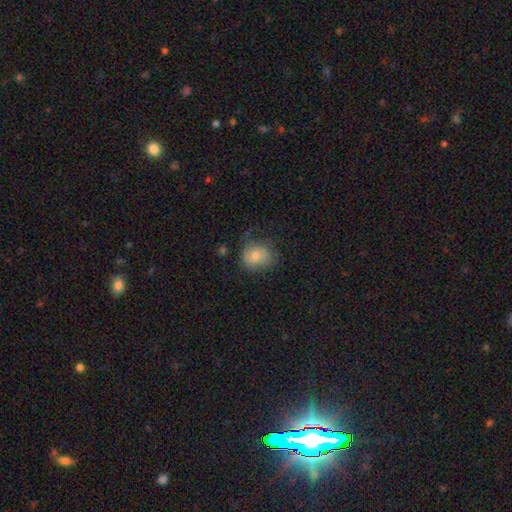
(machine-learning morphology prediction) smooth-or-featured: smooth: 63% | featured or disk: 28% | star or artifact: 9%
  how-rounded: round: 69% | in between: 30% | cigar-shaped: 1%
  merging: none: 54% | minor disturbance: 28% | major disturbance: 16% | merger: 2%